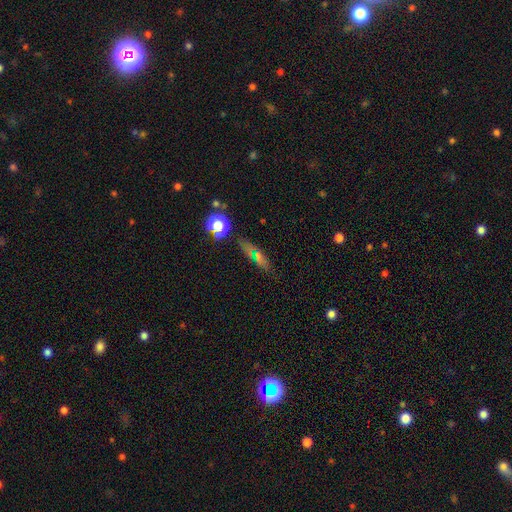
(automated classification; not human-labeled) Smooth or featured: smooth — 56% (star or artifact — 24%)
How rounded: cigar-shaped — 49% (in between — 42%)
Merging: none — 80% (minor disturbance — 12%)